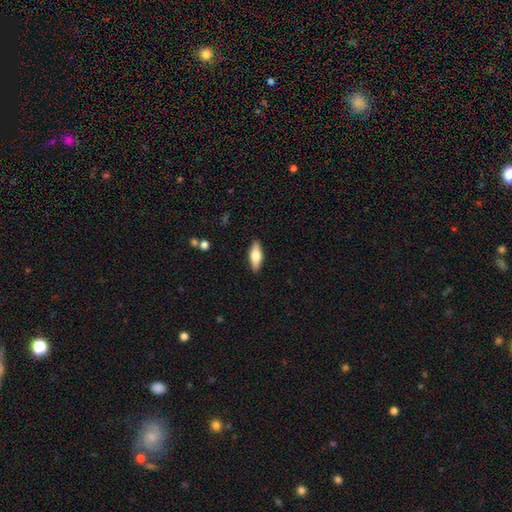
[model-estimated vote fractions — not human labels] Smooth or featured: smooth — 66% (featured or disk — 28%)
How rounded: in between — 69% (cigar-shaped — 29%)
Merging: none — 89% (minor disturbance — 9%)